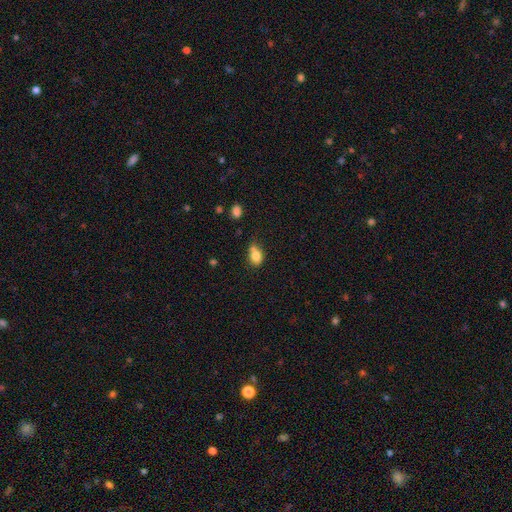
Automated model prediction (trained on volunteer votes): smooth 79%, featured or disk 11%, star or artifact 10%. Down the decision tree: how rounded — in between (65%); merging — none (41%).